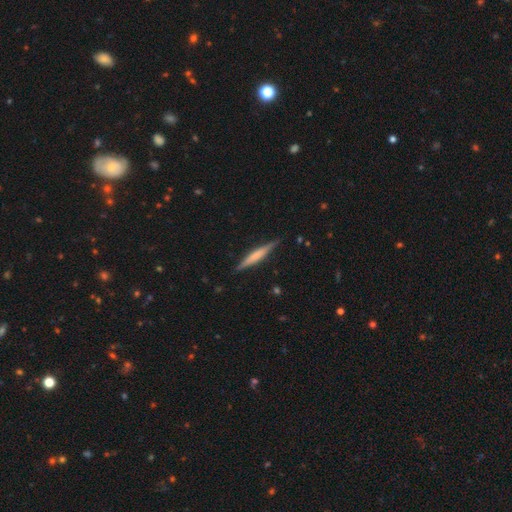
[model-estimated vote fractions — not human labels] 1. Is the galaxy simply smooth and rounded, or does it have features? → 54% featured or disk, 40% smooth, 6% star or artifact.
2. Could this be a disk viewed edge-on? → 97% yes, 3% no.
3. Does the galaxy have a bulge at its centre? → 39% none, 33% rounded, 28% boxy.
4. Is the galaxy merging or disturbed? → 88% none, 9% minor disturbance, 2% major disturbance, 1% merger.